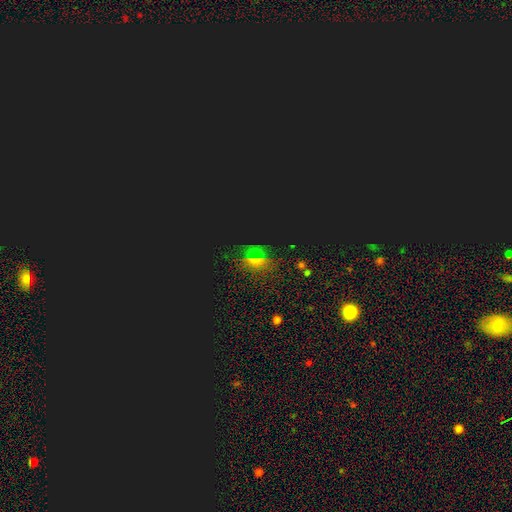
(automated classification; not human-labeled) This appears to be a star or artifact, not a galaxy (68%).